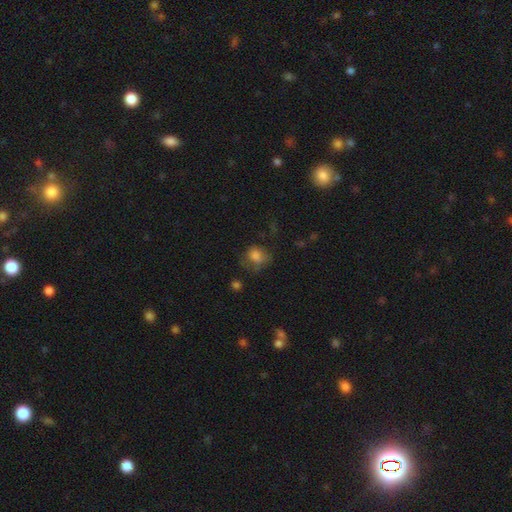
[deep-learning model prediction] The model was most divided on "how rounded": round: 54%, in between: 45%, cigar-shaped: 1%. Remaining: smooth or featured — smooth (76%); merging — none (45%).